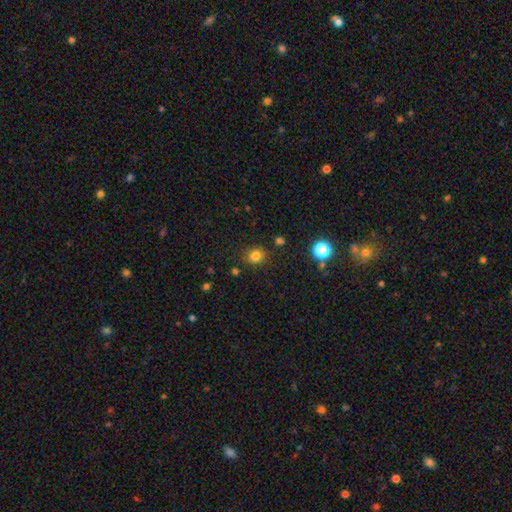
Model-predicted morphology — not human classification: smooth_or_featured: smooth (p=0.81) [alt: star or artifact p=0.14]
how_rounded: round (p=0.67) [alt: in between p=0.33]
merging: none (p=0.83) [alt: minor disturbance p=0.10]